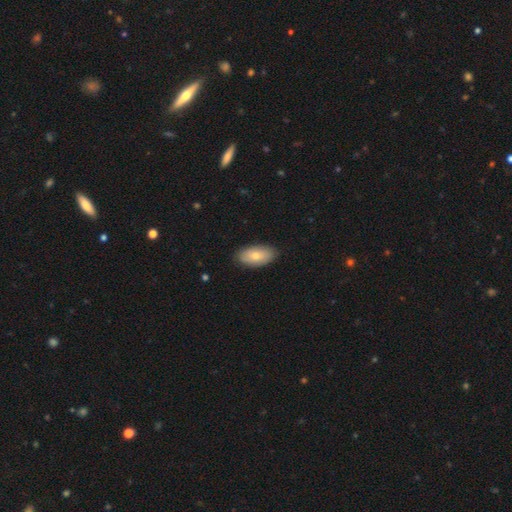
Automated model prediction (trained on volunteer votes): smooth 74%, featured or disk 20%, star or artifact 6%. Down the decision tree: how rounded — in between (94%); merging — none (86%).